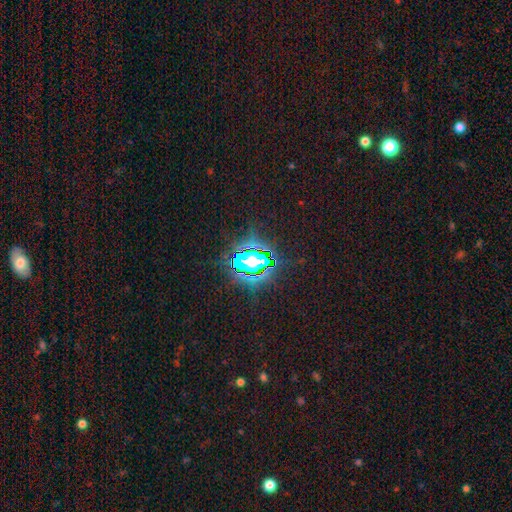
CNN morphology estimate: Overall: star or artifact (83%).